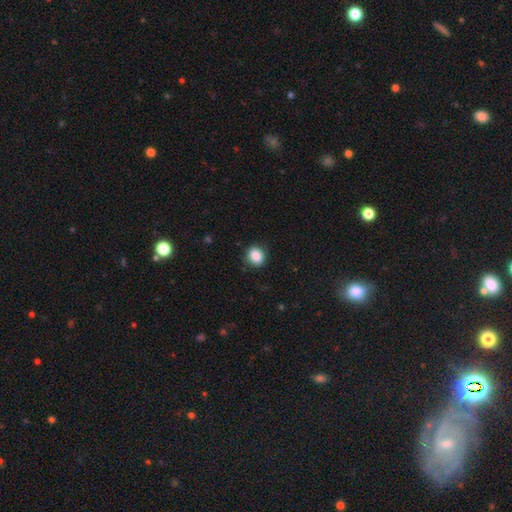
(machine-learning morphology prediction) Q: Smooth or featured?
A: smooth (87%); runner-up: star or artifact (9%)
Q: How rounded?
A: round (70%); runner-up: in between (29%)
Q: Merging?
A: none (87%); runner-up: minor disturbance (10%)